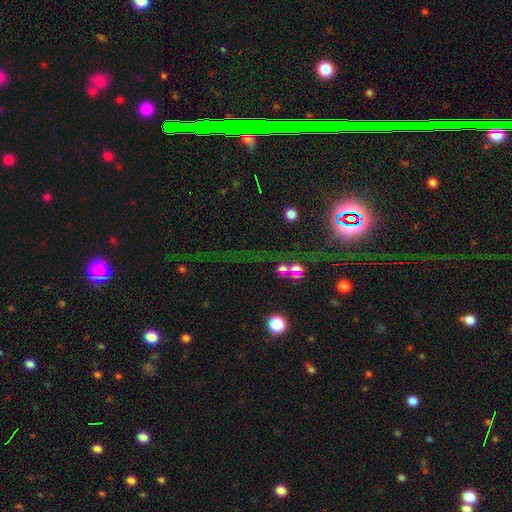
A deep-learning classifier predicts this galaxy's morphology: A star or artifact, not a galaxy (78%).

Vote fractions:
- Smooth or featured? star or artifact: 78% / smooth: 11% / featured or disk: 11%